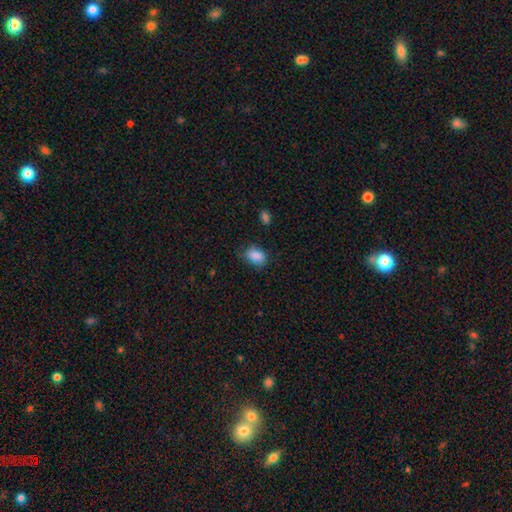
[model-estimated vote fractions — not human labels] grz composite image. It shows a smooth galaxy with no disk features (87%) that is in between round and cigar-shaped (80%). Merging: none (61%).